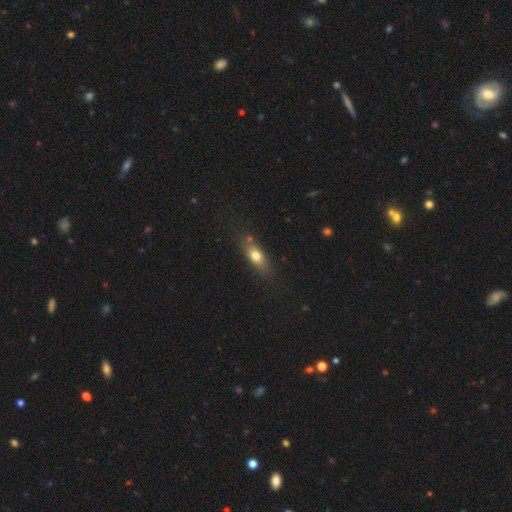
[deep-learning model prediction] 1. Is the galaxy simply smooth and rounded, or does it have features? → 72% smooth, 20% featured or disk, 9% star or artifact.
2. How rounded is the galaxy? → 69% in between, 24% cigar-shaped, 7% round.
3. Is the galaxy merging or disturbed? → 71% none, 18% minor disturbance, 5% merger, 5% major disturbance.